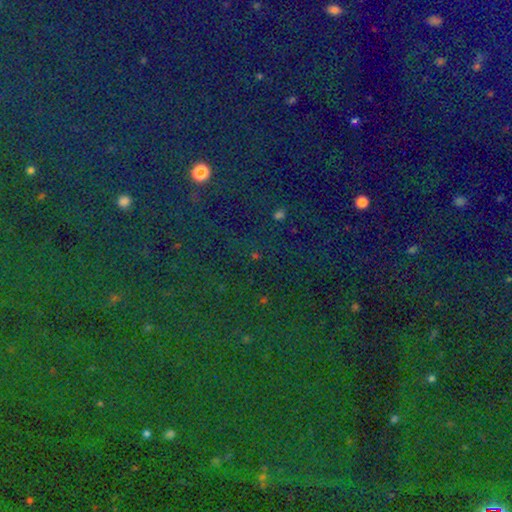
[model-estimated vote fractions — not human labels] Smooth or featured: star or artifact — 71% (smooth — 21%)